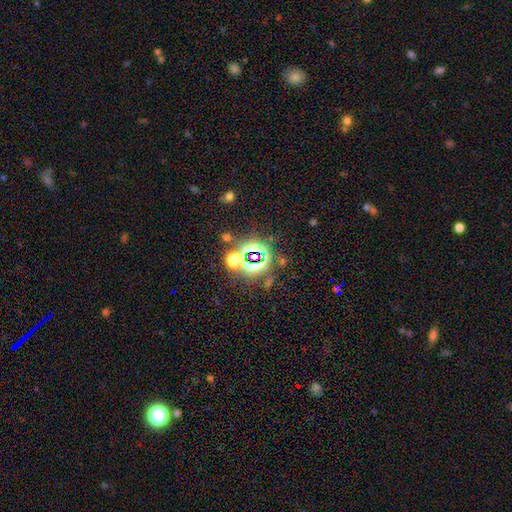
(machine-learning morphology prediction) Smooth or featured? Predicted: star or artifact (p=0.72).